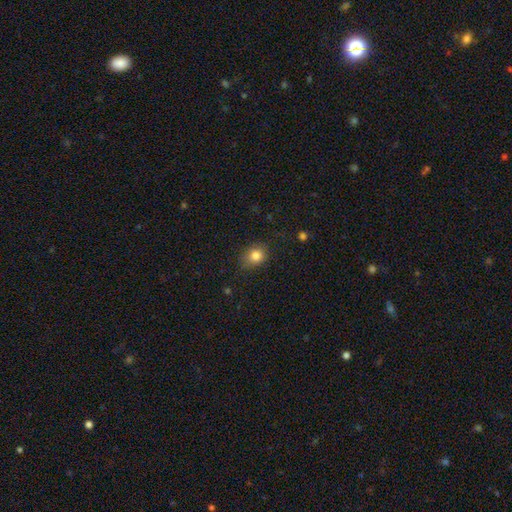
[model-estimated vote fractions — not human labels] A smooth galaxy with no disk features (82%) that is round (62%).

Vote fractions:
- Smooth or featured? smooth: 82% / star or artifact: 12% / featured or disk: 7%
- How rounded? round: 62% / in between: 37% / cigar-shaped: 1%
- Merging? none: 79% / minor disturbance: 16% / major disturbance: 4% / merger: 1%